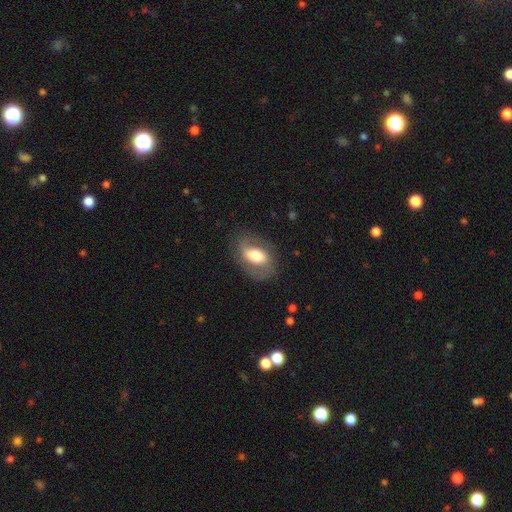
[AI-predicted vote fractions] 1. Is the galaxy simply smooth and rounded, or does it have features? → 55% featured or disk, 38% smooth, 7% star or artifact.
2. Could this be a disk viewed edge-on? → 92% no, 8% yes.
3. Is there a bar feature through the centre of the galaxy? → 35% weak, 34% strong, 31% no.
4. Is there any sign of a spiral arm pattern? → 65% yes, 35% no.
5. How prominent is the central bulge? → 54% moderate, 31% large, 9% small, 4% dominant, 1% none.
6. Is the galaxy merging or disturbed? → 76% none, 15% minor disturbance, 8% major disturbance, 1% merger.